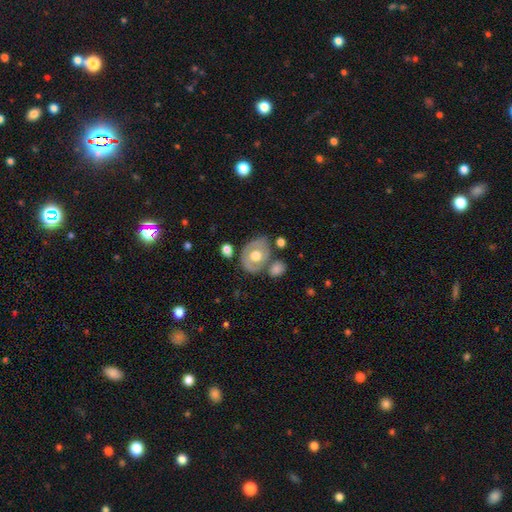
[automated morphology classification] Q: Smooth or featured?
A: featured or disk (51%); runner-up: smooth (43%)
Q: Edge-on disk?
A: no (93%); runner-up: yes (7%)
Q: Merging?
A: none (64%); runner-up: minor disturbance (18%)